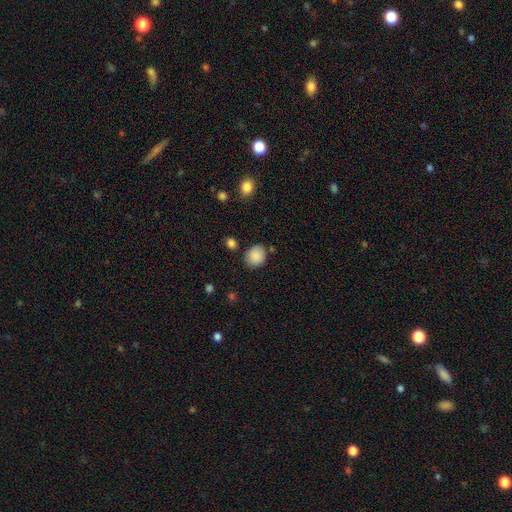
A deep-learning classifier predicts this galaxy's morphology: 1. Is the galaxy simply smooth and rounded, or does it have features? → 88% smooth, 8% star or artifact, 4% featured or disk.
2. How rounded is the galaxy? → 60% round, 39% in between, 1% cigar-shaped.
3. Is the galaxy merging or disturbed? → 78% none, 14% minor disturbance, 4% merger, 4% major disturbance.